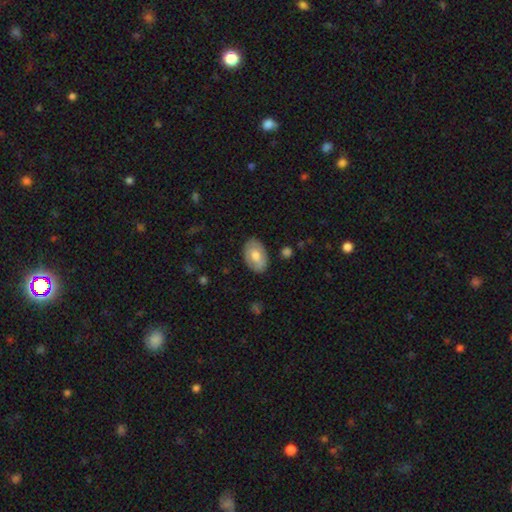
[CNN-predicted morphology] Q: Smooth or featured?
A: smooth (62%); runner-up: featured or disk (32%)
Q: How rounded?
A: in between (90%); runner-up: round (8%)
Q: Merging?
A: none (83%); runner-up: minor disturbance (13%)